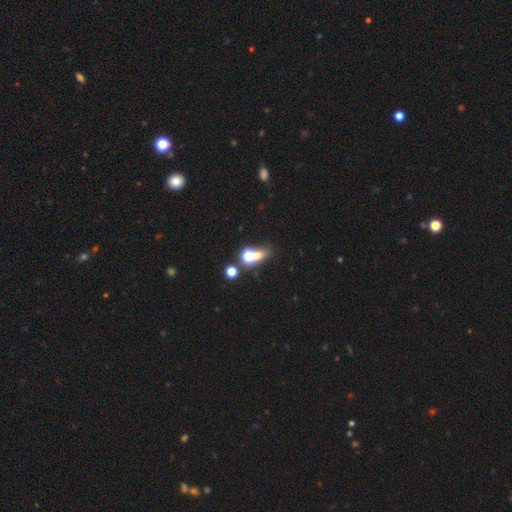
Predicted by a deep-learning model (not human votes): smooth 58%, star or artifact 23%, featured or disk 19%. Down the decision tree: how rounded — round (55%); merging — merger (50%).